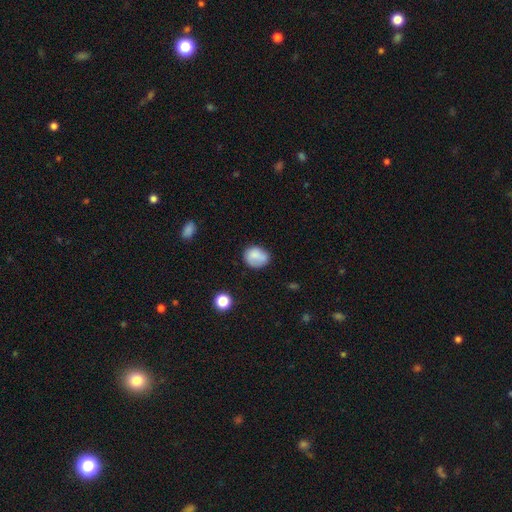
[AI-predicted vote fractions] The model was most divided on "how rounded": round: 60%, in between: 39%, cigar-shaped: 1%. More confident: smooth or featured — smooth (78%); merging — none (65%).